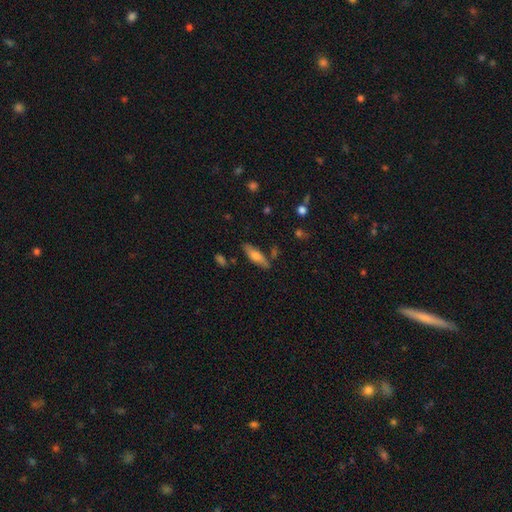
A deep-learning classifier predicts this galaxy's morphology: type=smooth (67%); roundness=in between (55%); merging=none (78%).